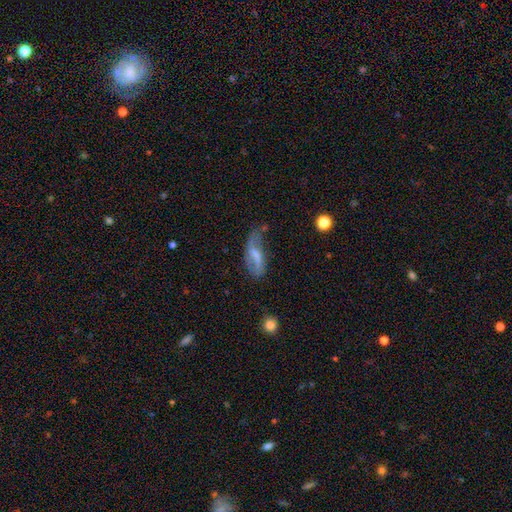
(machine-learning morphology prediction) Smooth or featured? featured or disk (52%)
Edge-on disk? no (88%)
Merging? none (40%)